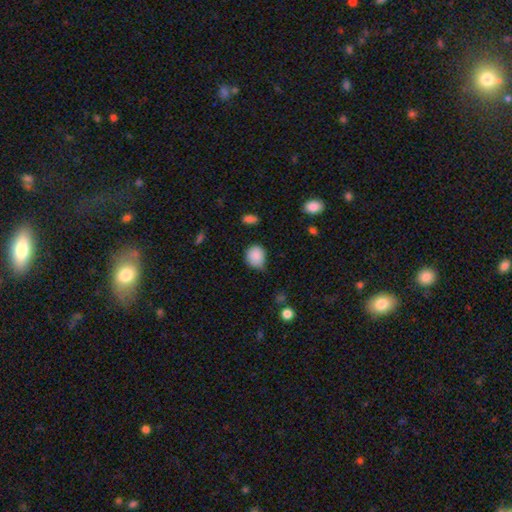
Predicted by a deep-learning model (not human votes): smooth 87%, star or artifact 9%, featured or disk 5%. Down the decision tree: how rounded — round (67%); merging — none (59%).